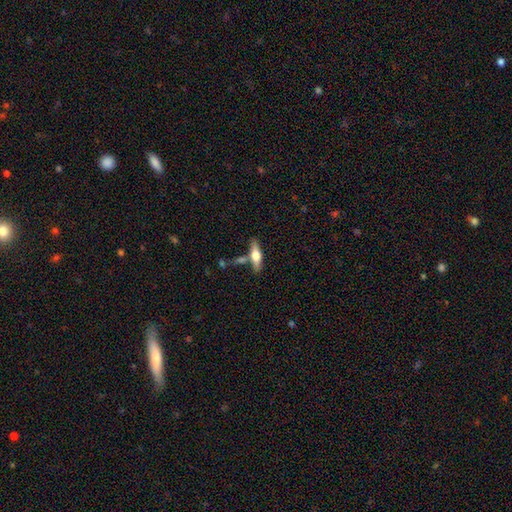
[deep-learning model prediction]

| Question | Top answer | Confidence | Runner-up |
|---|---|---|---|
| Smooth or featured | featured or disk | 50% | smooth (44%) |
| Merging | none | 67% | merger (15%) |